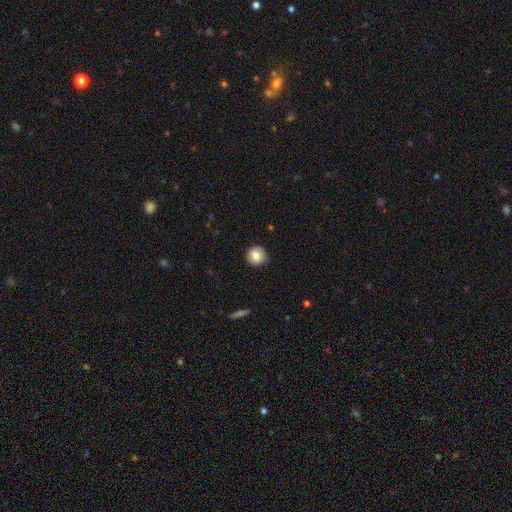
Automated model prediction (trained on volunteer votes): This appears to be a smooth galaxy with no disk features (82%) that is round (93%). Merging: none (85%).